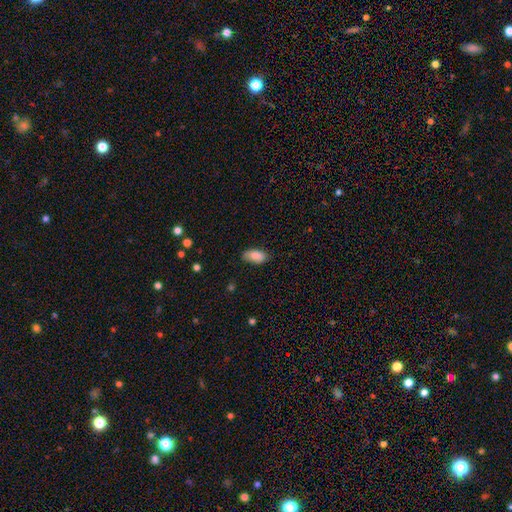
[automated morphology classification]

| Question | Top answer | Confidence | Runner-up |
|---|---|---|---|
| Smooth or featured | smooth | 84% | featured or disk (9%) |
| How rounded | in between | 93% | round (4%) |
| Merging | none | 79% | minor disturbance (17%) |